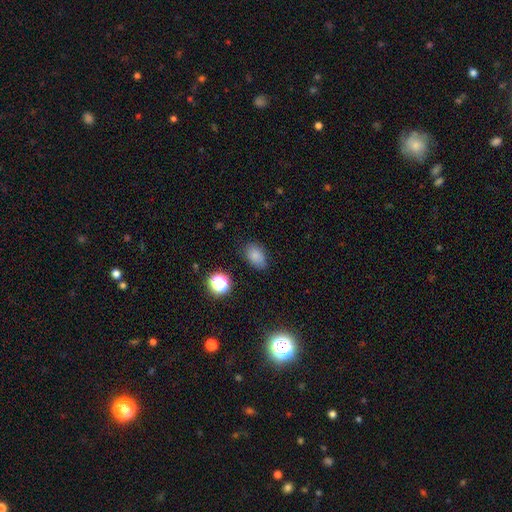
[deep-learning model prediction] smooth 80%, star or artifact 13%, featured or disk 6%. Down the decision tree: how rounded — in between (82%); merging — none (77%).